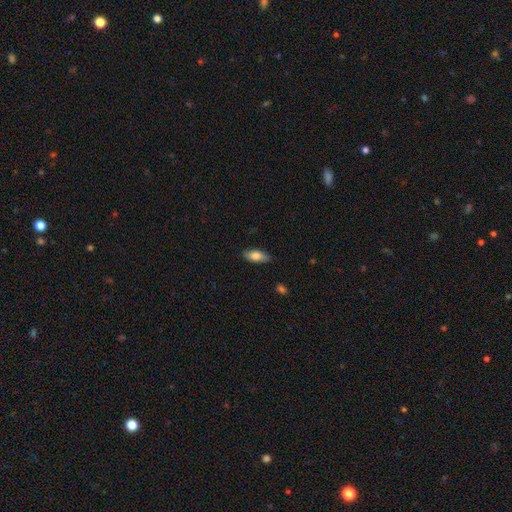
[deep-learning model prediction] Overall: smooth (79%). How rounded: in between (83%). Merging: none (84%).